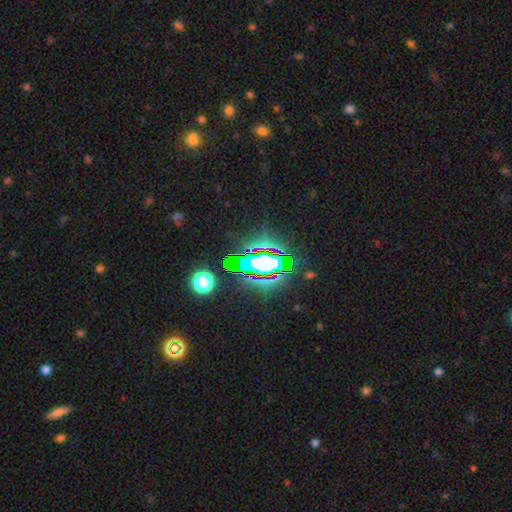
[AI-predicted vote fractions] Q: Smooth or featured?
A: star or artifact (60%); runner-up: smooth (22%)